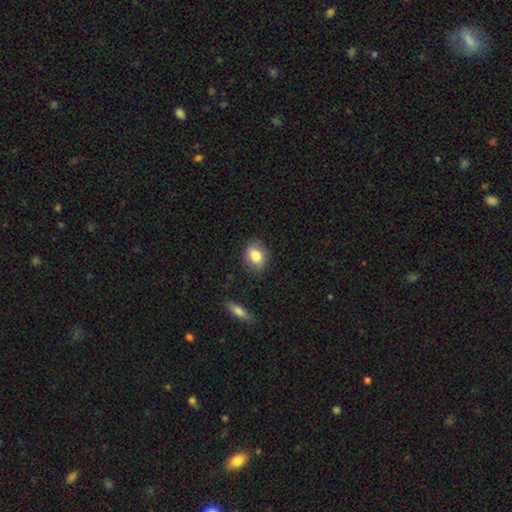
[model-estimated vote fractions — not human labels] The model was most divided on "how rounded": in between: 50%, round: 49%, cigar-shaped: 1%. More confident: merging — none (85%); smooth or featured — smooth (83%).